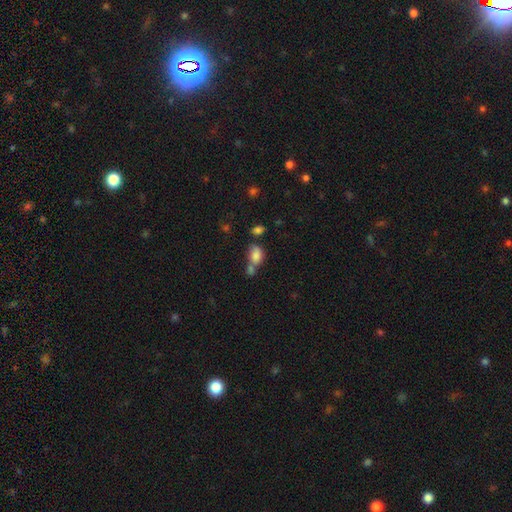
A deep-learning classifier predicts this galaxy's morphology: This is likely a smooth galaxy (78%). How rounded: likely in between (77%). Merging: possibly merger (46%).